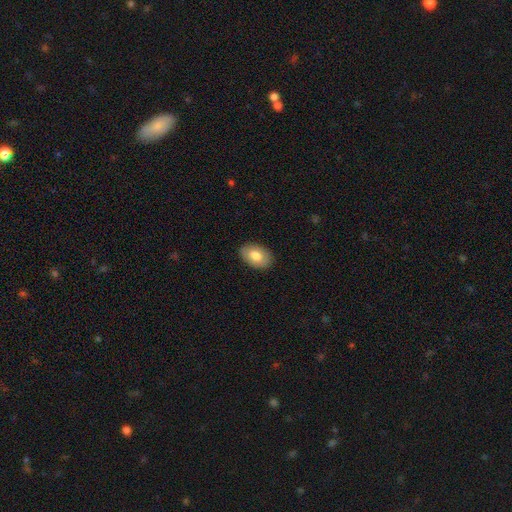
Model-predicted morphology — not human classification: Smooth or featured?
  - smooth: 78% *
  - featured or disk: 16%
  - star or artifact: 7%
How rounded?
  - in between: 89% *
  - round: 9%
  - cigar-shaped: 1%
Merging?
  - none: 87% *
  - minor disturbance: 10%
  - major disturbance: 2%
  - merger: 1%